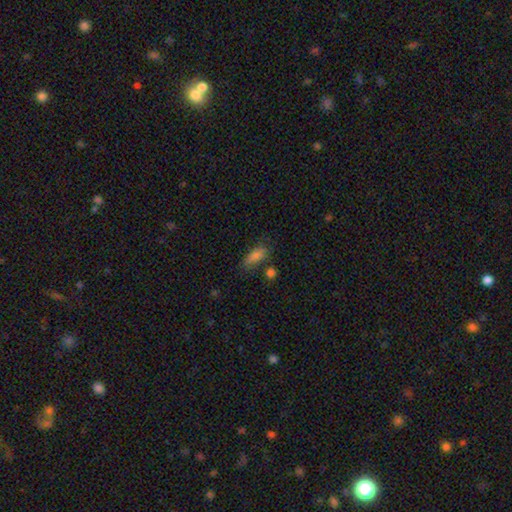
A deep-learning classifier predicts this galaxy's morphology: type=smooth (79%); roundness=in between (76%); merging=none (61%).